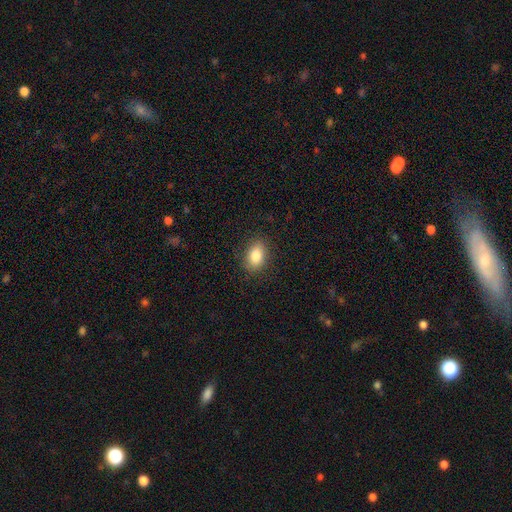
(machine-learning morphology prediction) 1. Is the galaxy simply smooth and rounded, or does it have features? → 84% smooth, 8% star or artifact, 7% featured or disk.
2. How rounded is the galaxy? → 83% in between, 15% round, 2% cigar-shaped.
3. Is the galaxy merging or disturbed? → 86% none, 10% minor disturbance, 3% major disturbance, 1% merger.